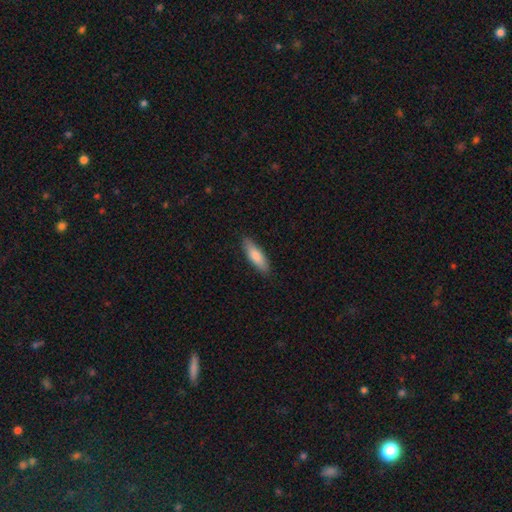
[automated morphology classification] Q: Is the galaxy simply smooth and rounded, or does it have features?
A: smooth — 77%.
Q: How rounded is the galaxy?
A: cigar-shaped — 59%.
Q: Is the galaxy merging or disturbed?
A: none — 88%.